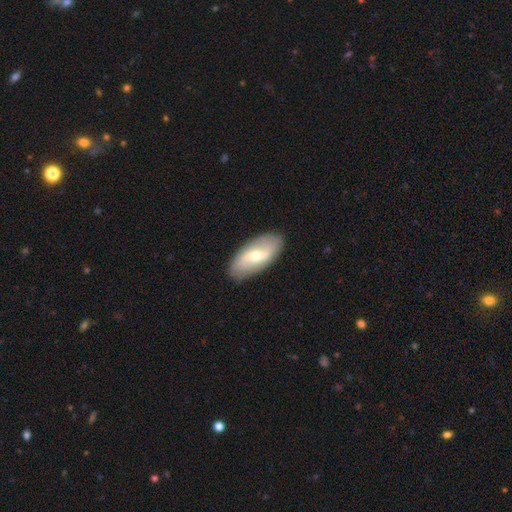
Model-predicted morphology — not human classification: smooth_or_featured: featured or disk (p=0.58) [alt: smooth p=0.36]
disk_edge_on: no (p=0.88) [alt: yes p=0.12]
bar: weak (p=0.47) [alt: strong p=0.26]
has_spiral_arms: yes (p=0.65) [alt: no p=0.35]
bulge_size: moderate (p=0.58) [alt: small p=0.36]
merging: none (p=0.87) [alt: minor disturbance p=0.09]